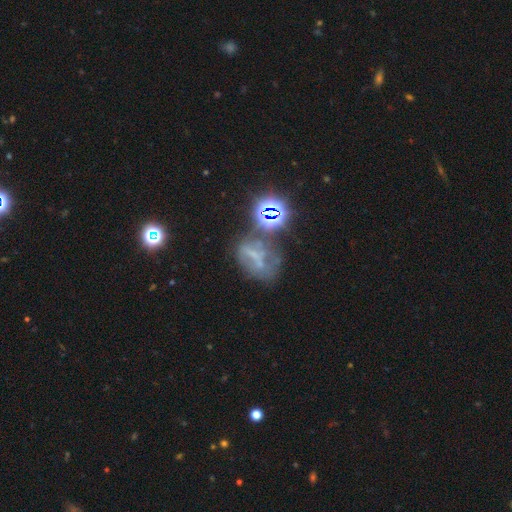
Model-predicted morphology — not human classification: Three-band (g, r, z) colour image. It shows a star or artifact, not a galaxy (39%).